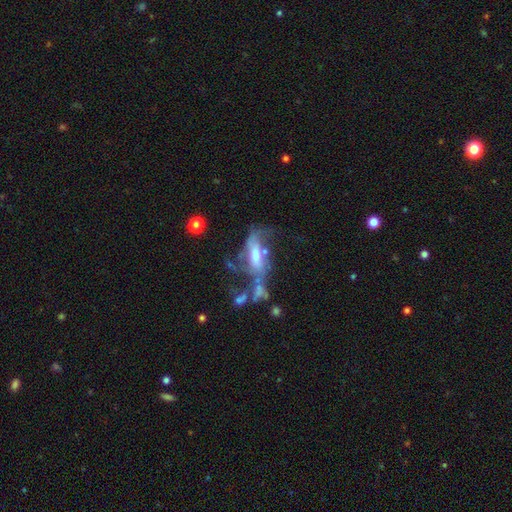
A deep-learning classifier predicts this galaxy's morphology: Smooth or featured: featured or disk — 65% (smooth — 23%)
Edge-on disk: no — 82% (yes — 18%)
Bar: no — 42% (weak — 34%)
Spiral arms: yes — 57% (no — 43%)
Bulge size: moderate — 53% (small — 25%)
Merging: major disturbance — 34% (none — 26%)